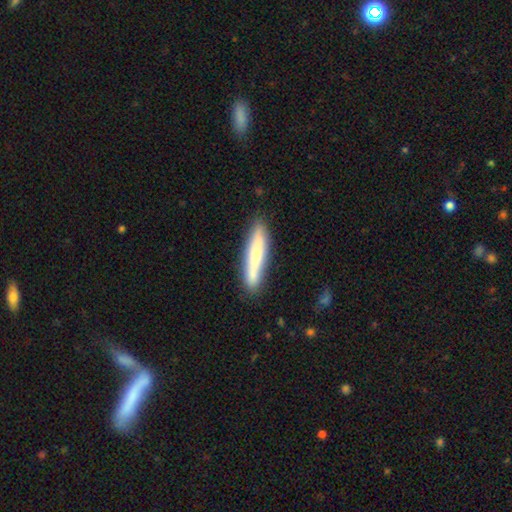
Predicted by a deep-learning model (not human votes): Smooth or featured? smooth (65%)
How rounded? cigar-shaped (88%)
Merging? none (83%)